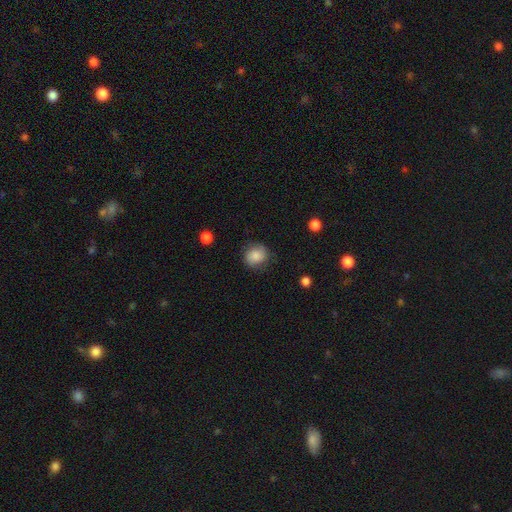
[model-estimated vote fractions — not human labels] Morphology: type=smooth (79%); roundness=round (77%); merging=none (77%).